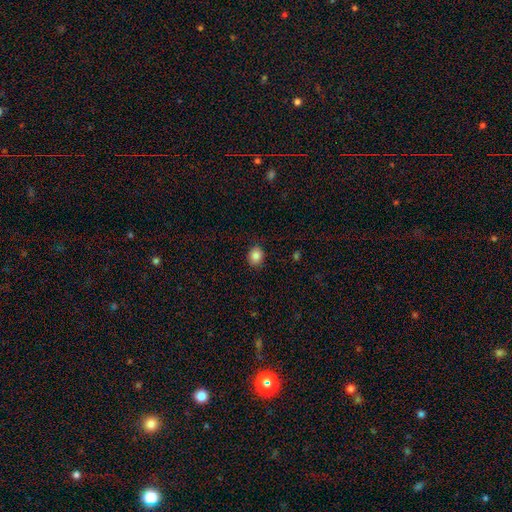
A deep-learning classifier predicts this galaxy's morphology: Overall: smooth (86%). How rounded: round (60%; in between 39%). Merging: none (87%).